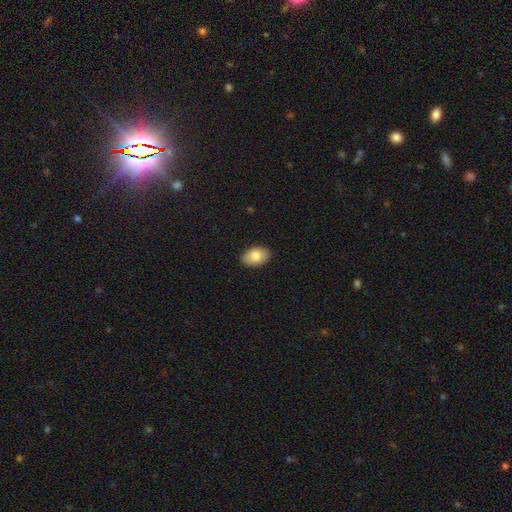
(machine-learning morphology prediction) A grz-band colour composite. It shows a smooth galaxy with no disk features (79%) that is in between round and cigar-shaped (88%). Merging: none (89%).